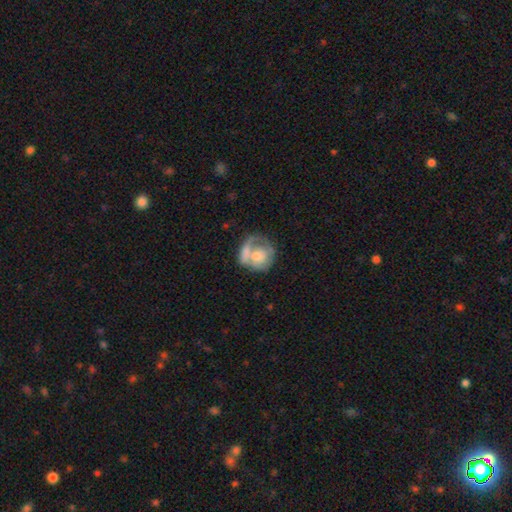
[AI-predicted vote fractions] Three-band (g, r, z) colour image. It shows a featured or disk galaxy (48%). Merging: merger (37%).